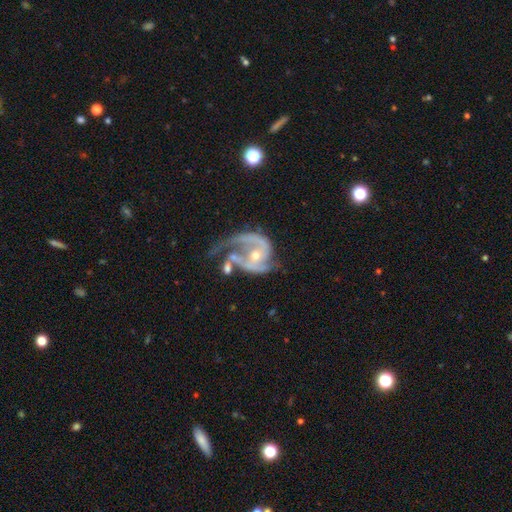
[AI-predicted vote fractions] smooth-or-featured: featured or disk: 90% | star or artifact: 5% | smooth: 5%
  disk-edge-on: no: 98% | yes: 2%
    bar: no: 54% | weak: 32% | strong: 14%
    has-spiral-arms: yes: 96% | no: 4%
      spiral-winding: medium: 50% | loose: 27% | tight: 23%
      spiral-arm-count: 2: 74% | 1: 11% | 3: 6% | can't tell: 5% | 4: 2% | more than 4: 2%
    bulge-size: moderate: 50% | small: 46% | large: 2% | none: 1% | dominant: 1%
  merging: none: 35% | major disturbance: 29% | minor disturbance: 20% | merger: 16%